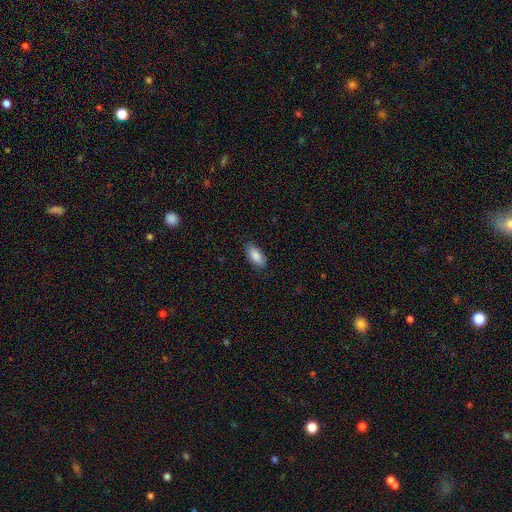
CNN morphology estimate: Smooth or featured: smooth — 88% (star or artifact — 6%)
How rounded: in between — 88% (cigar-shaped — 10%)
Merging: none — 85% (minor disturbance — 11%)